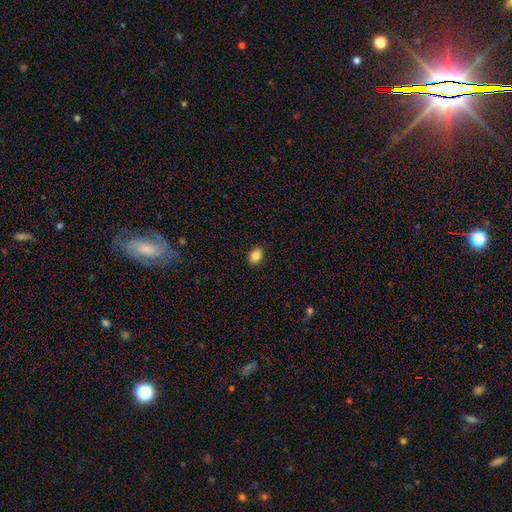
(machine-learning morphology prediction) smooth-or-featured: smooth: 84% | star or artifact: 9% | featured or disk: 7%
  how-rounded: in between: 74% | round: 25% | cigar-shaped: 1%
  merging: none: 89% | minor disturbance: 8% | major disturbance: 2% | merger: 1%